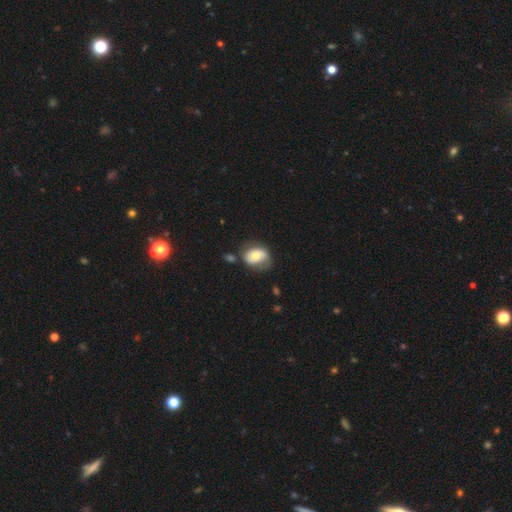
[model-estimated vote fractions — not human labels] Smooth or featured? Predicted: smooth (p=0.63). How rounded? Predicted: in between (p=0.65). Merging? Predicted: none (p=0.51).